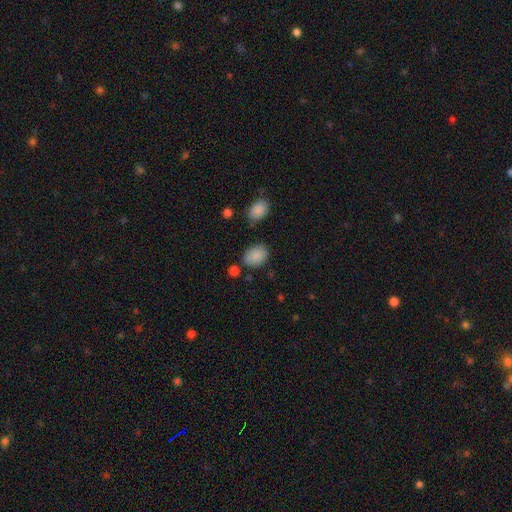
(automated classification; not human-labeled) A smooth galaxy with no disk features (87%) that is in between round and cigar-shaped (78%). Merging: none (71%).